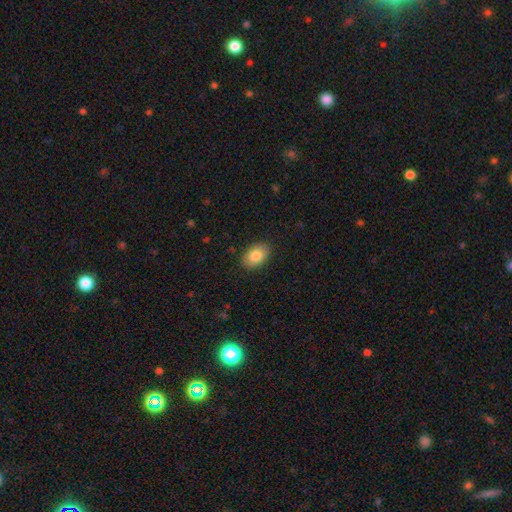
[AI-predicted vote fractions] A smooth galaxy with no disk features (84%) that is in between round and cigar-shaped (87%).

Vote fractions:
- Smooth or featured? smooth: 84% / featured or disk: 9% / star or artifact: 7%
- How rounded? in between: 87% / round: 12% / cigar-shaped: 1%
- Merging? none: 88% / minor disturbance: 9% / major disturbance: 2% / merger: 1%